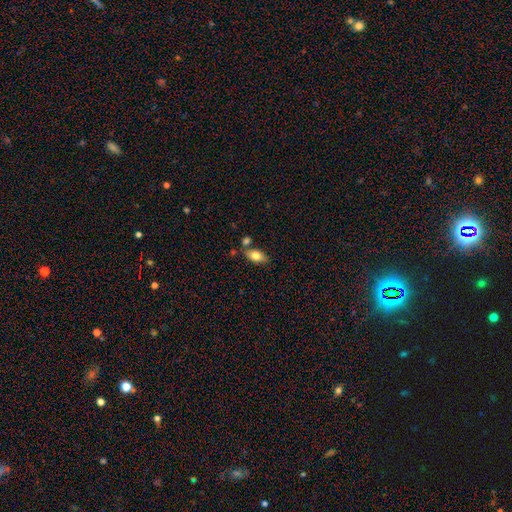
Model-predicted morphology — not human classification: Smooth or featured? Predicted: smooth (p=0.77). How rounded? Predicted: in between (p=0.89). Merging? Predicted: none (p=0.70).